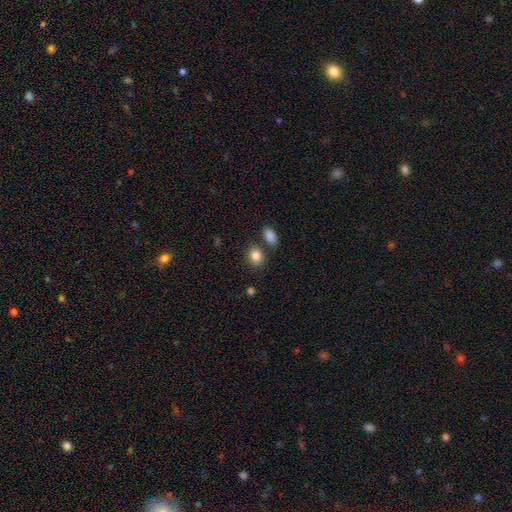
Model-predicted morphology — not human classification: smooth_or_featured: smooth (p=0.85) [alt: star or artifact p=0.09]
how_rounded: round (p=0.61) [alt: in between p=0.38]
merging: none (p=0.75) [alt: merger p=0.11]